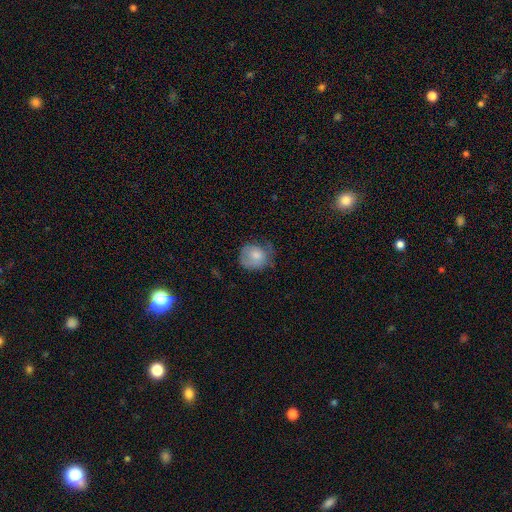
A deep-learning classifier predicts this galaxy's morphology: smooth_or_featured: smooth (p=0.69) [alt: featured or disk p=0.24]
how_rounded: round (p=0.76) [alt: in between p=0.24]
merging: none (p=0.46) [alt: minor disturbance p=0.33]